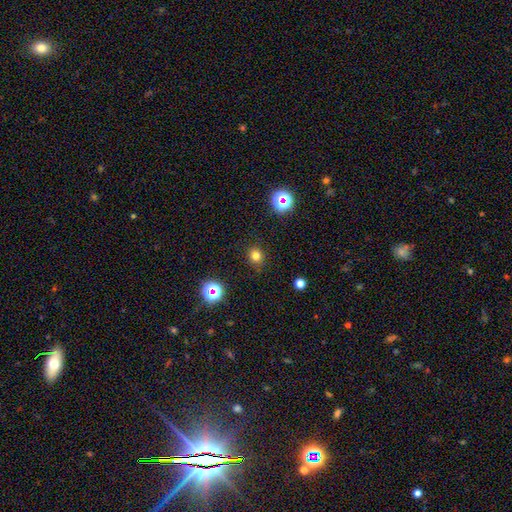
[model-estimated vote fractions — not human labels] Smooth or featured?
  - smooth: 77% *
  - star or artifact: 18%
  - featured or disk: 5%
How rounded?
  - round: 84% *
  - in between: 15%
  - cigar-shaped: 1%
Merging?
  - none: 89% *
  - minor disturbance: 8%
  - major disturbance: 3%
  - merger: 1%